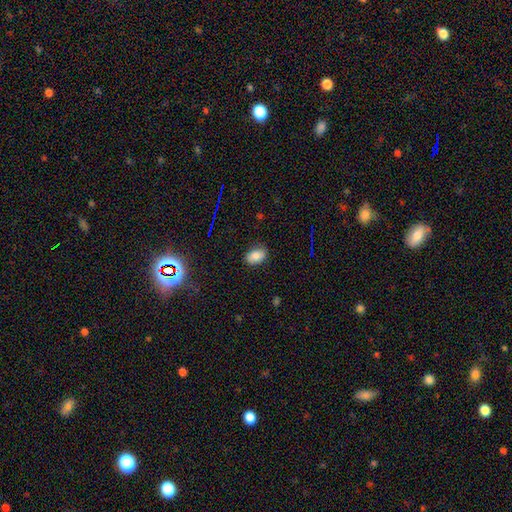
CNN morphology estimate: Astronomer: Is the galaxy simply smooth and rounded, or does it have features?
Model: smooth — 80%.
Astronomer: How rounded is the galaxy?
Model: in between — 88%.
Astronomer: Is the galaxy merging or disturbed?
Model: none — 82%.